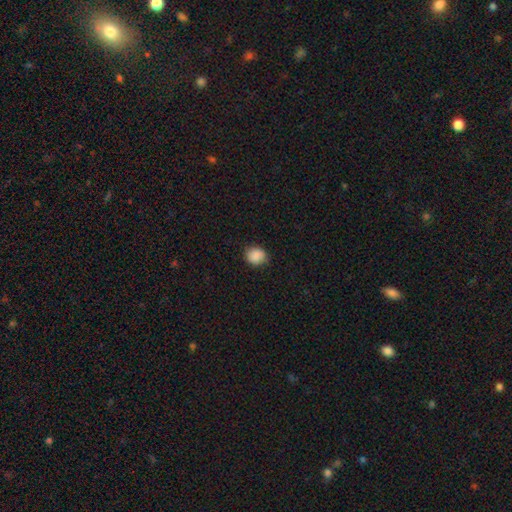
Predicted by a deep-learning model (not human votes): smooth_or_featured: smooth (p=0.87) [alt: star or artifact p=0.08]
how_rounded: round (p=0.74) [alt: in between p=0.26]
merging: none (p=0.84) [alt: minor disturbance p=0.12]